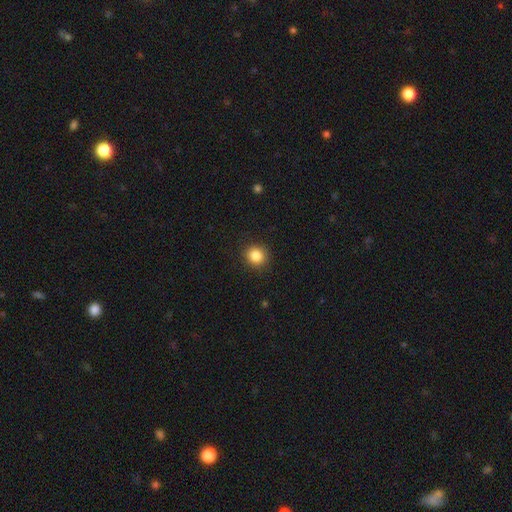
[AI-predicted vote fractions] A smooth galaxy with no disk features (85%) that is round (86%).

Vote fractions:
- Smooth or featured? smooth: 85% / star or artifact: 11% / featured or disk: 4%
- How rounded? round: 86% / in between: 13% / cigar-shaped: 1%
- Merging? none: 90% / minor disturbance: 7% / major disturbance: 2% / merger: 1%